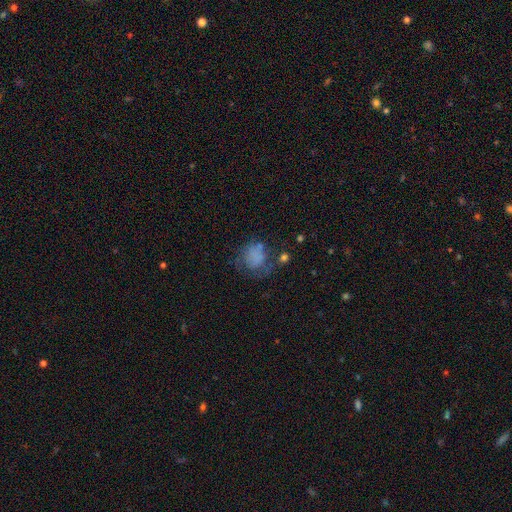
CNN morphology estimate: smooth 62%, featured or disk 24%, star or artifact 14%. Down the decision tree: how rounded — round (63%); merging — none (40%).